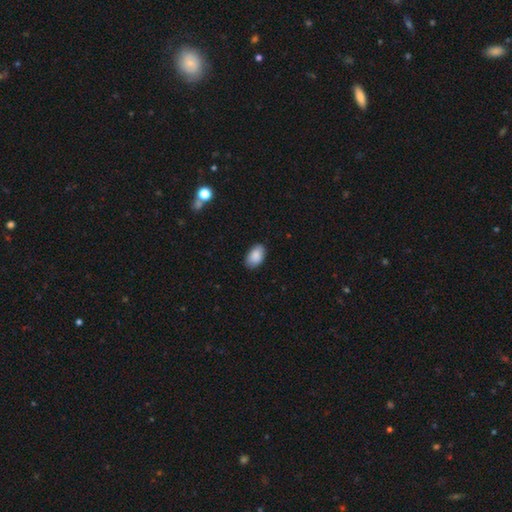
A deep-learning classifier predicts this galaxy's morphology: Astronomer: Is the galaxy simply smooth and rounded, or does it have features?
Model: smooth — 89%.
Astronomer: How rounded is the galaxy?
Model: in between — 94%.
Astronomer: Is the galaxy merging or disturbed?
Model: none — 84%.